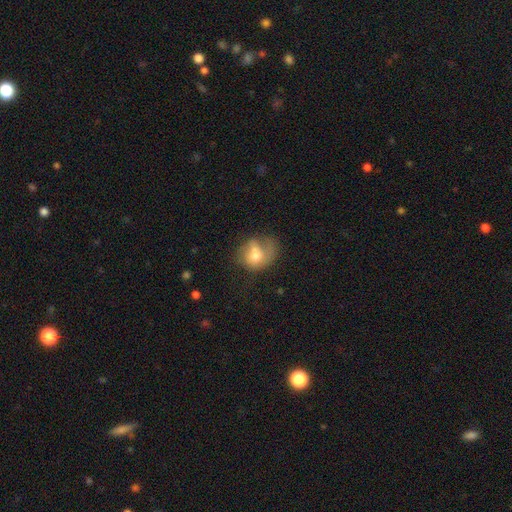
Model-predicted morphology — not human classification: This appears to be a smooth galaxy with no disk features (55%) that is in between round and cigar-shaped (52%). Merging: major disturbance (36%).